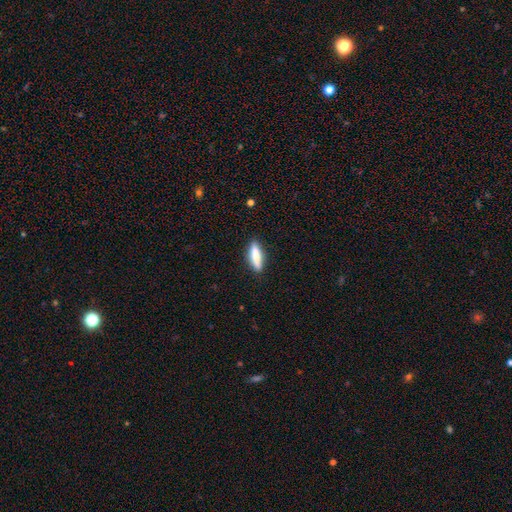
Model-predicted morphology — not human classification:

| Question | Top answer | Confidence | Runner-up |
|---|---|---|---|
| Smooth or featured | smooth | 74% | featured or disk (20%) |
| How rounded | cigar-shaped | 67% | in between (31%) |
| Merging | none | 89% | minor disturbance (8%) |